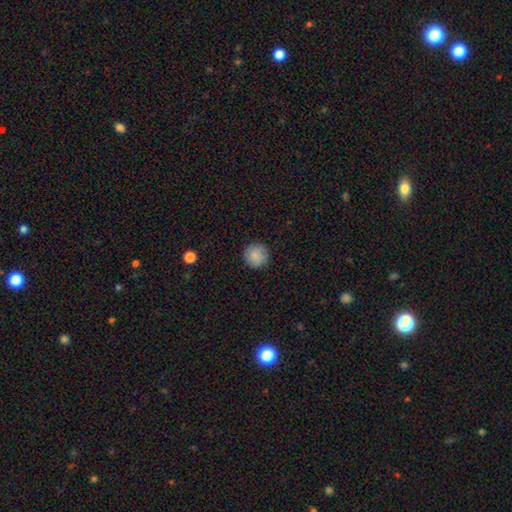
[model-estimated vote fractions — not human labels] A smooth galaxy with no disk features (87%) that is round (96%).

Vote fractions:
- Smooth or featured? smooth: 87% / star or artifact: 8% / featured or disk: 4%
- How rounded? round: 96% / in between: 4% / cigar-shaped: 1%
- Merging? none: 90% / minor disturbance: 7% / major disturbance: 2% / merger: 1%